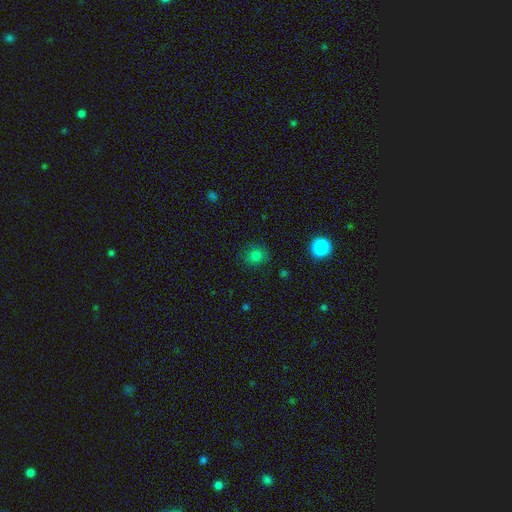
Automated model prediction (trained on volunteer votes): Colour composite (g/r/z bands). It shows a smooth galaxy with no disk features (79%) that is round (80%). Merging: none (84%).